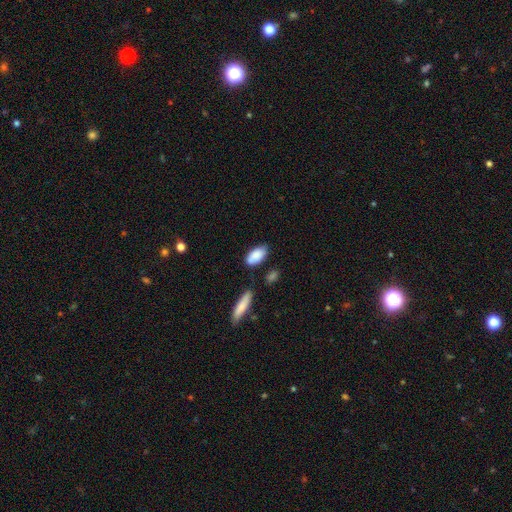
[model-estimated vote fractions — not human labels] Smooth or featured: smooth — 86% (featured or disk — 8%)
How rounded: in between — 91% (cigar-shaped — 6%)
Merging: none — 69% (minor disturbance — 20%)